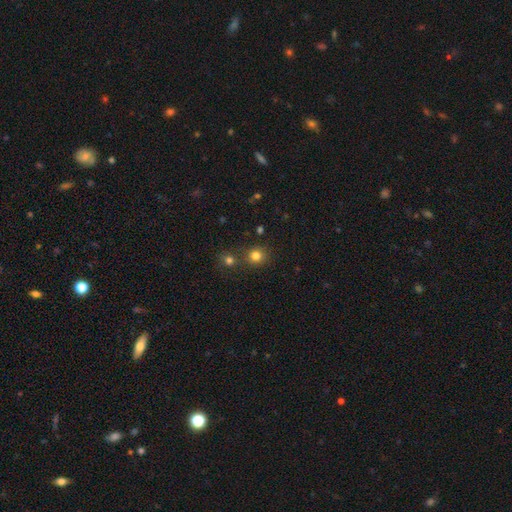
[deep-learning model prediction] Smooth or featured: smooth — 79% (star or artifact — 16%)
How rounded: round — 88% (in between — 11%)
Merging: none — 71% (merger — 18%)